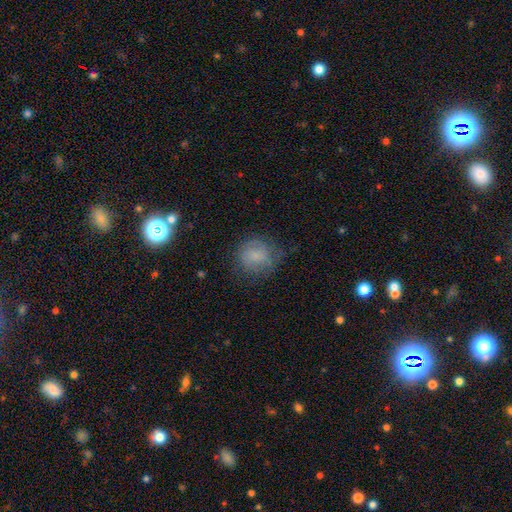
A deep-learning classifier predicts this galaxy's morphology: Smooth or featured?
  - smooth: 71% *
  - featured or disk: 18%
  - star or artifact: 11%
How rounded?
  - round: 76% *
  - in between: 23%
  - cigar-shaped: 1%
Merging?
  - none: 64% *
  - minor disturbance: 24%
  - major disturbance: 11%
  - merger: 2%